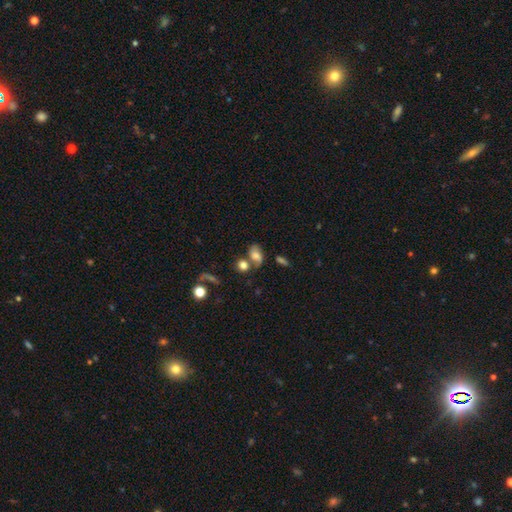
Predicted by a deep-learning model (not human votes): Q: Smooth or featured?
A: smooth (59%); runner-up: featured or disk (28%)
Q: How rounded?
A: in between (74%); runner-up: round (24%)
Q: Merging?
A: none (45%); runner-up: merger (27%)